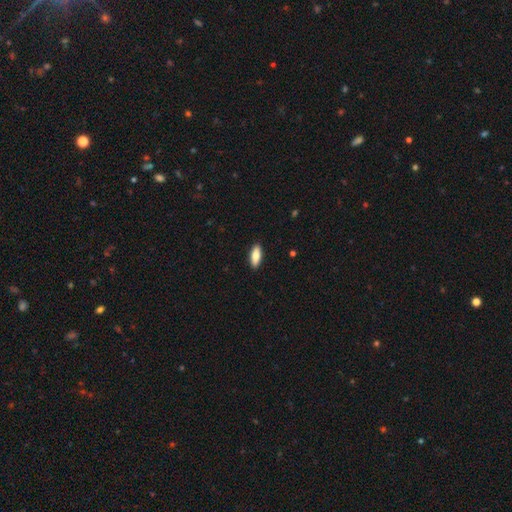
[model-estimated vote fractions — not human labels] smooth 80%, featured or disk 14%, star or artifact 6%. Down the decision tree: how rounded — in between (72%); merging — none (90%).